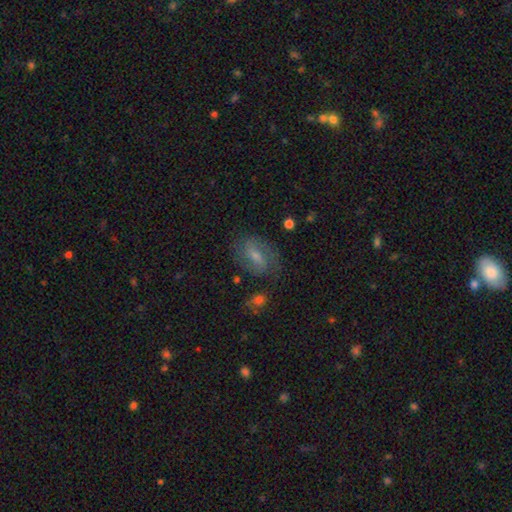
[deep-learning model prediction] Smooth or featured?
  - featured or disk: 50% *
  - smooth: 40%
  - star or artifact: 10%
Edge-on disk?
  - no: 93% *
  - yes: 7%
Merging?
  - none: 70% *
  - minor disturbance: 18%
  - major disturbance: 9%
  - merger: 3%